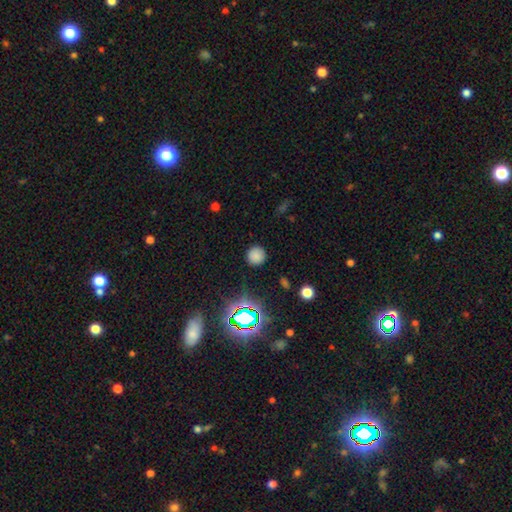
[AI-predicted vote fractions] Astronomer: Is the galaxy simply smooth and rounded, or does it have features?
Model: smooth — 75%.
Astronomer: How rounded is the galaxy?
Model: round — 94%.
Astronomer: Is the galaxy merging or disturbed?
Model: none — 88%.